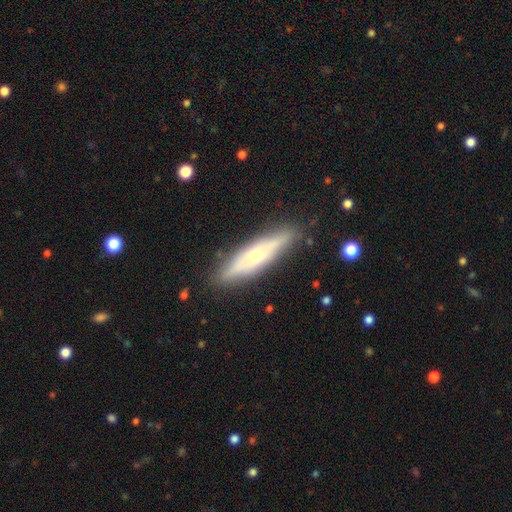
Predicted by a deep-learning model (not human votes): Smooth or featured: featured or disk — 51% (smooth — 42%)
Edge-on disk: yes — 82% (no — 18%)
Merging: none — 83% (minor disturbance — 12%)